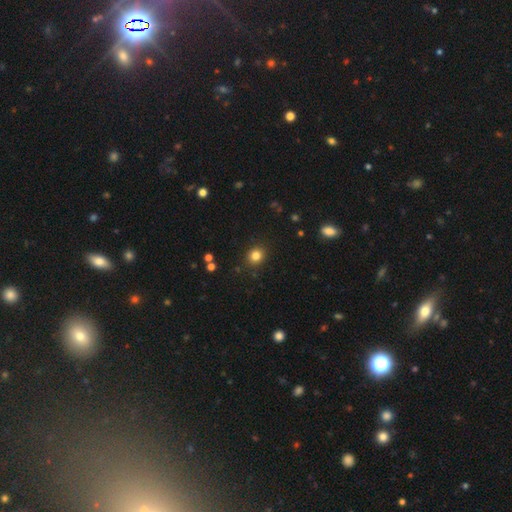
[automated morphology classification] type=smooth (82%); roundness=round (77%); merging=none (89%).